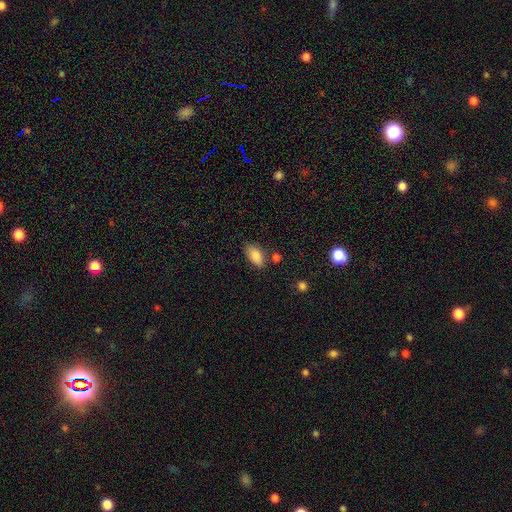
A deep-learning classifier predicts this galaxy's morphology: smooth_or_featured: smooth (p=0.85) [alt: star or artifact p=0.08]
how_rounded: in between (p=0.91) [alt: cigar-shaped p=0.05]
merging: none (p=0.76) [alt: minor disturbance p=0.15]